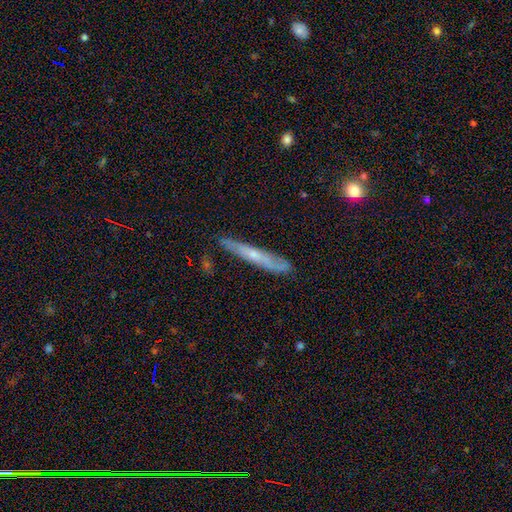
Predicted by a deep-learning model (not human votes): featured or disk 58%, smooth 34%, star or artifact 8%. Down the decision tree: edge-on disk — yes (83%); merging — none (79%).